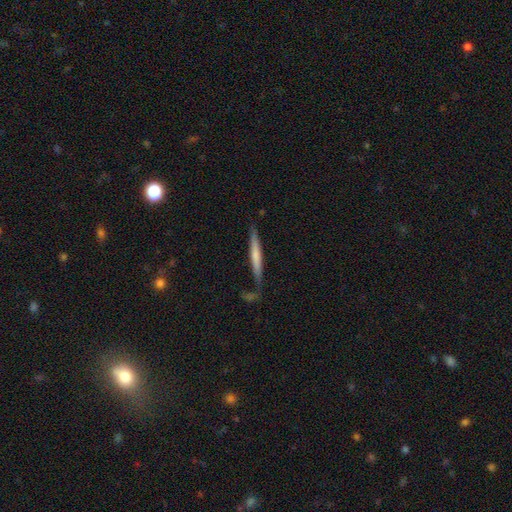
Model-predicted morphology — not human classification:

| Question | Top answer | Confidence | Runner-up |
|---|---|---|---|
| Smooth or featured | smooth | 55% | featured or disk (40%) |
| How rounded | cigar-shaped | 95% | in between (4%) |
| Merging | none | 75% | minor disturbance (16%) |